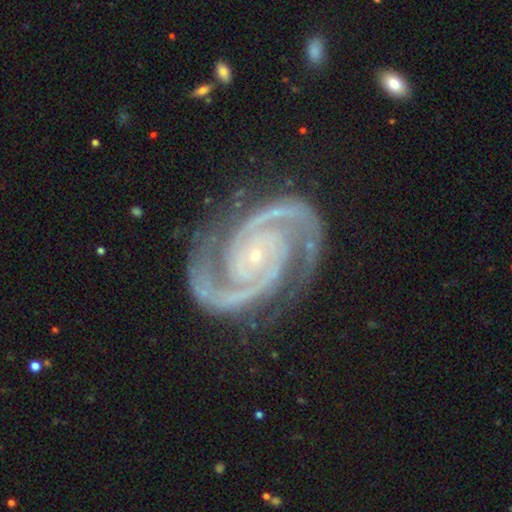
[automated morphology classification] Smooth or featured: featured or disk — 94% (star or artifact — 4%)
Edge-on disk: no — 98% (yes — 2%)
Bar: no — 72% (weak — 17%)
Spiral arms: yes — 99% (no — 1%)
Spiral winding: tight — 56% (medium — 39%)
Spiral arm count: 2 — 91% (3 — 3%)
Bulge size: small — 85% (moderate — 11%)
Merging: none — 81% (minor disturbance — 13%)